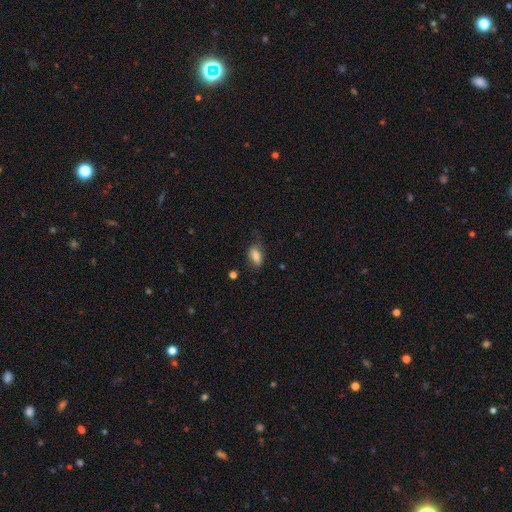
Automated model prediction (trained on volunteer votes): smooth_or_featured: smooth (p=0.79) [alt: featured or disk p=0.12]
how_rounded: in between (p=0.87) [alt: cigar-shaped p=0.07]
merging: none (p=0.59) [alt: minor disturbance p=0.28]